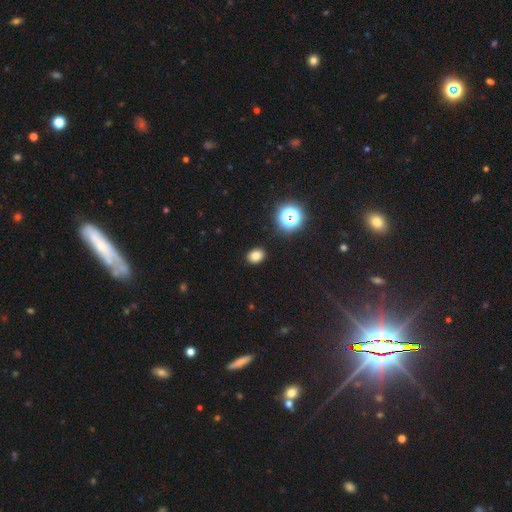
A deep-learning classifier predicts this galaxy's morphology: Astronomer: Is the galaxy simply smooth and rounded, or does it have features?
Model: smooth — 80%.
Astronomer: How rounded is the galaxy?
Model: in between — 57% (runner-up: round, 42%).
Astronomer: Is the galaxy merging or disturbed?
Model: none — 90%.